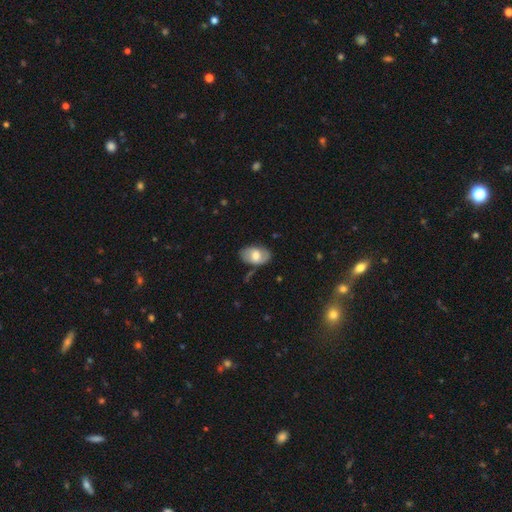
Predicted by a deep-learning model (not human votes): smooth 54%, featured or disk 39%, star or artifact 7%. Down the decision tree: how rounded — in between (88%); merging — none (70%).